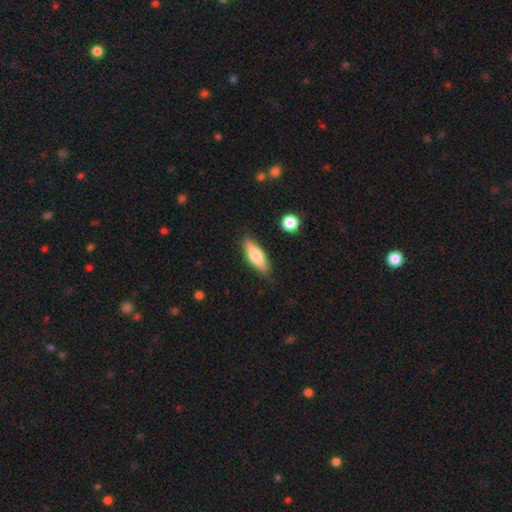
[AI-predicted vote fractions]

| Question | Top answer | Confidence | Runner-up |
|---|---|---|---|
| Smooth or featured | smooth | 68% | featured or disk (26%) |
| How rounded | in between | 53% | cigar-shaped (45%) |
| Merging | none | 84% | minor disturbance (12%) |